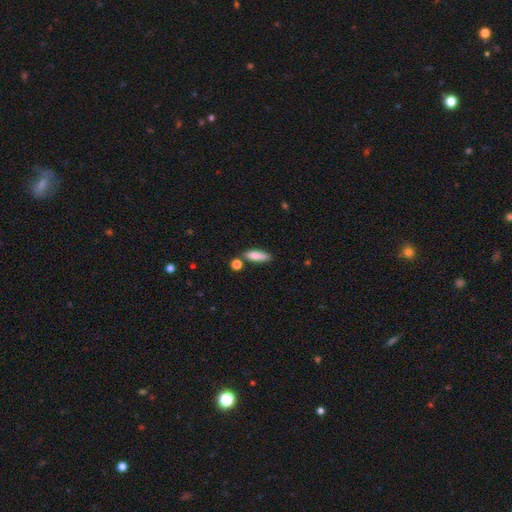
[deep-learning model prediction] Smooth or featured? smooth (83%)
How rounded? in between (50%)
Merging? none (67%)